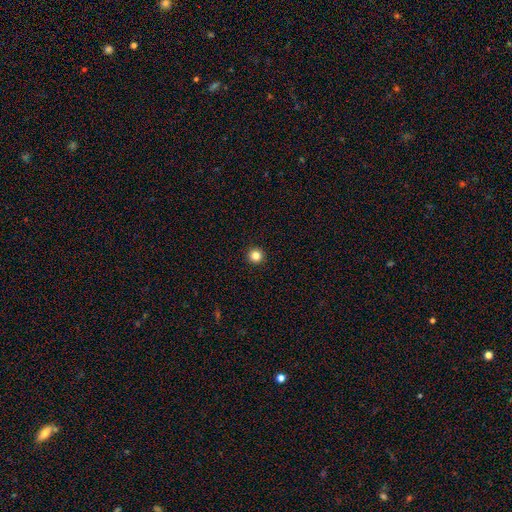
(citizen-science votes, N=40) smooth 88%, star or artifact 8%, featured or disk 5%. Down the decision tree: how rounded — round (100%); merging — none (100%).